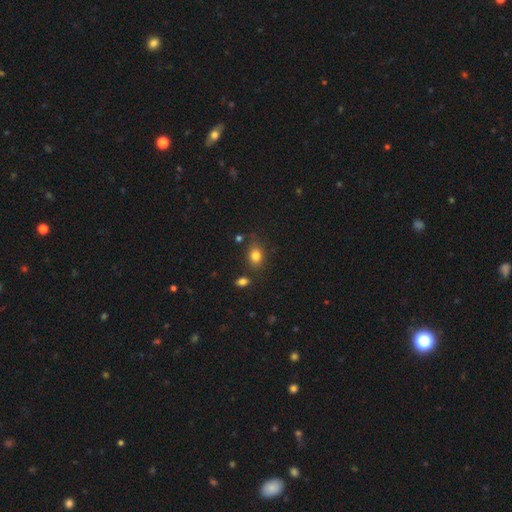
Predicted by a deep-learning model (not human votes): This appears to be a smooth galaxy with no disk features (81%) that is in between round and cigar-shaped (66%). Merging: none (75%).